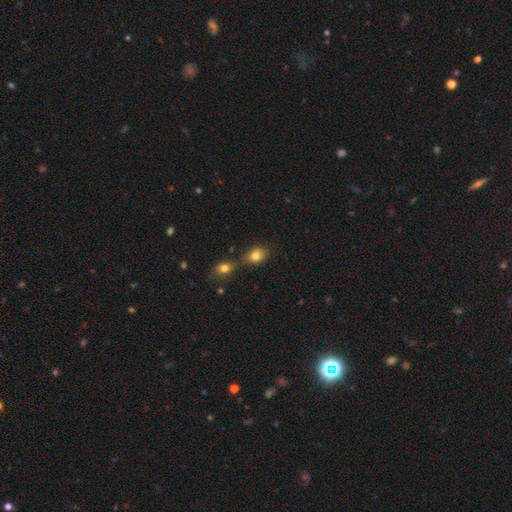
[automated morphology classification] smooth-or-featured: smooth: 80% | star or artifact: 11% | featured or disk: 9%
  how-rounded: in between: 58% | round: 40% | cigar-shaped: 2%
  merging: merger: 44% | none: 39% | minor disturbance: 12% | major disturbance: 5%